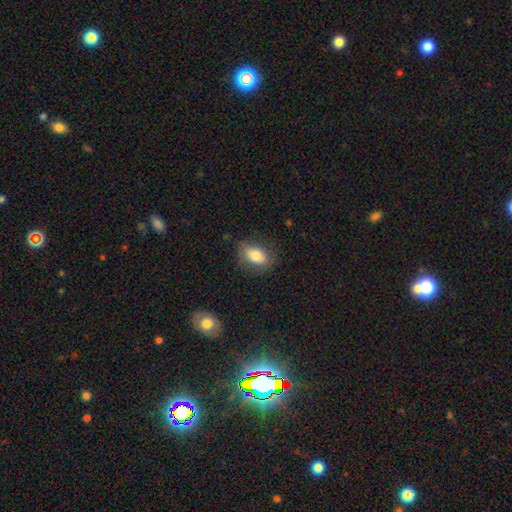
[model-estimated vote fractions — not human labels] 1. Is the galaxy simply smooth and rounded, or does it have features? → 79% smooth, 13% featured or disk, 8% star or artifact.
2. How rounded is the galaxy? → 84% in between, 14% round, 2% cigar-shaped.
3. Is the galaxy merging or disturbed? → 78% none, 16% minor disturbance, 5% major disturbance, 1% merger.